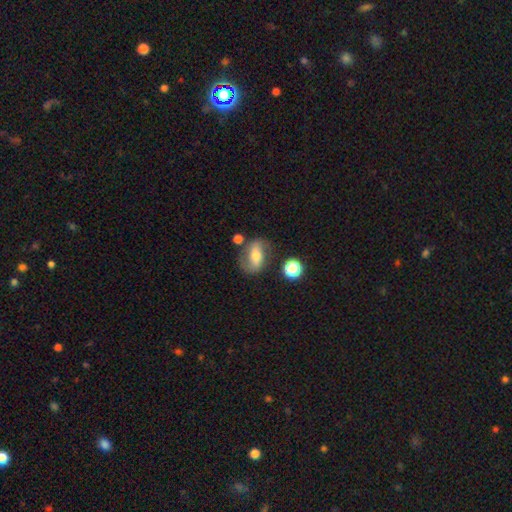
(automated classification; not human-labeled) Smooth or featured? Predicted: featured or disk (p=0.52). Edge-on disk? Predicted: no (p=0.93). Merging? Predicted: none (p=0.65).